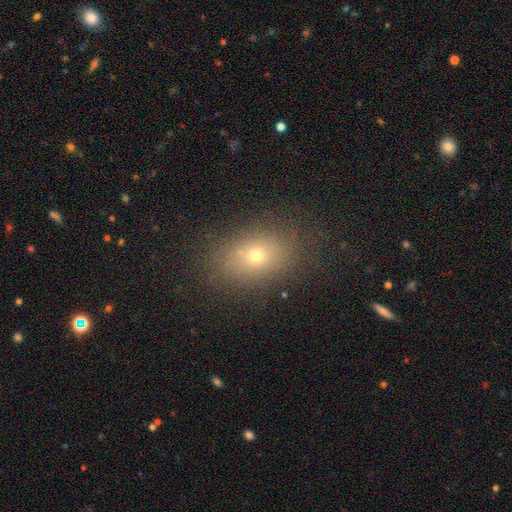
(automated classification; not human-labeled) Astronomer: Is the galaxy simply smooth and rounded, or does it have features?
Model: smooth — 66%.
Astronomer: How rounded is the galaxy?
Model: in between — 70%.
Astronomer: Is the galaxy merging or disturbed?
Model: none — 82%.